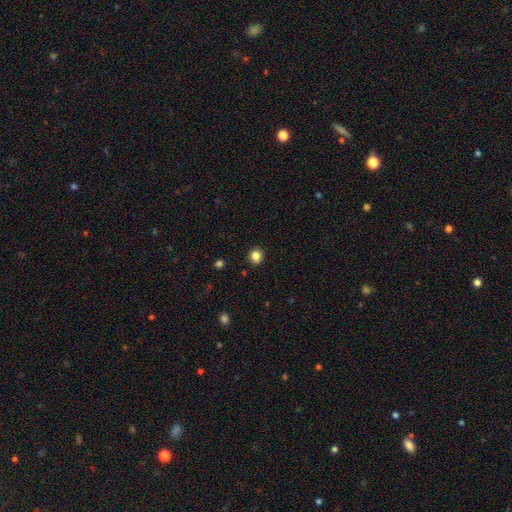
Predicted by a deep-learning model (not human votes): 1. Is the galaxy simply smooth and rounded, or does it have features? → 84% smooth, 12% star or artifact, 5% featured or disk.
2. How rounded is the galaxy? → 85% round, 14% in between, 1% cigar-shaped.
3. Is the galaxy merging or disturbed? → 89% none, 8% minor disturbance, 2% major disturbance, 1% merger.